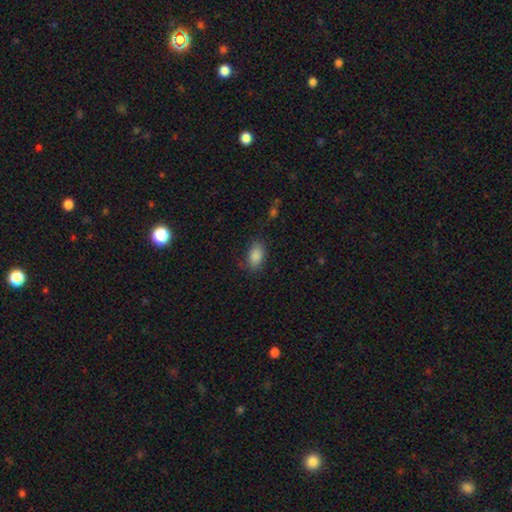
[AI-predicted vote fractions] smooth_or_featured: smooth (p=0.86) [alt: star or artifact p=0.08]
how_rounded: in between (p=0.89) [alt: round p=0.09]
merging: none (p=0.75) [alt: minor disturbance p=0.18]